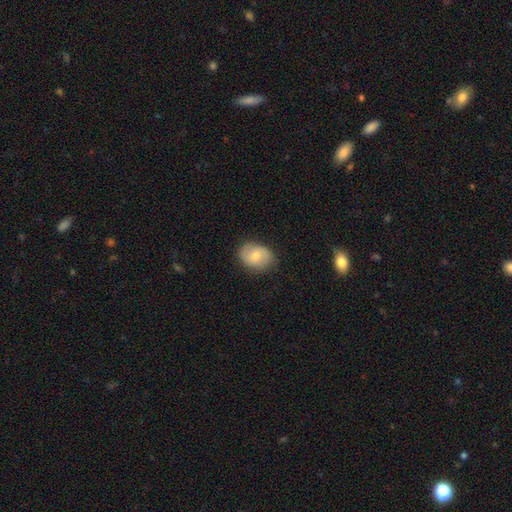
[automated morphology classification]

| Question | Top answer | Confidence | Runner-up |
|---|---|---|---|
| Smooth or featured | smooth | 70% | featured or disk (23%) |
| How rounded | in between | 62% | round (37%) |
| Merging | none | 79% | minor disturbance (16%) |